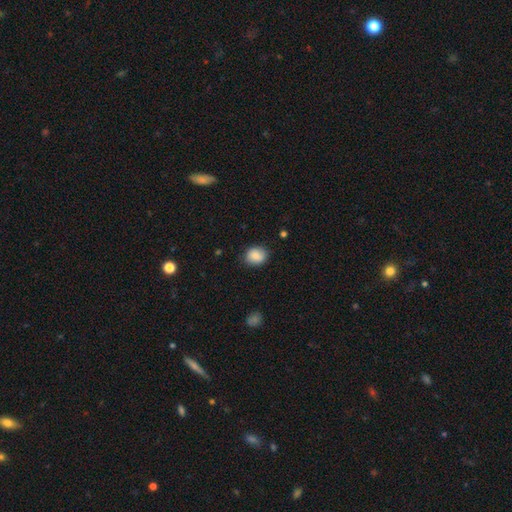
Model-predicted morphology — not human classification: smooth 86%, star or artifact 8%, featured or disk 6%. Down the decision tree: how rounded — round (64%); merging — none (85%).